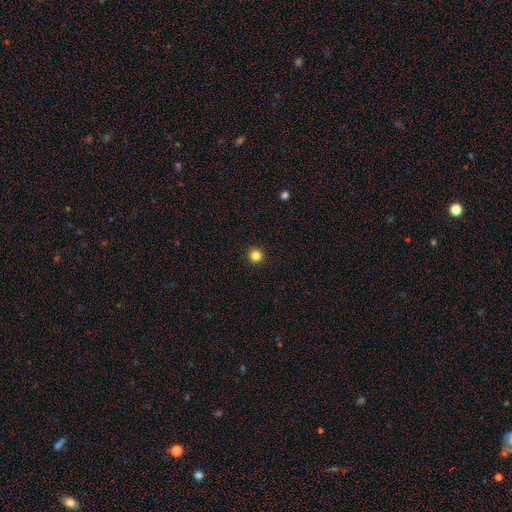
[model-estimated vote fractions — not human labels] A smooth galaxy with no disk features (83%) that is round (96%). Merging: none (94%).